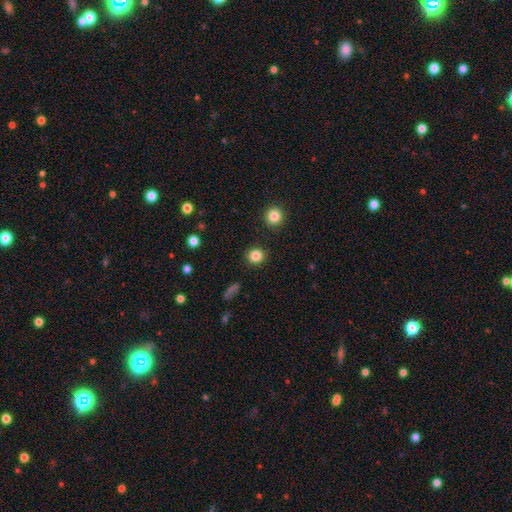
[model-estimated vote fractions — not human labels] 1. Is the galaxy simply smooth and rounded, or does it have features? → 84% smooth, 11% star or artifact, 5% featured or disk.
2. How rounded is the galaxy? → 89% round, 10% in between, 1% cigar-shaped.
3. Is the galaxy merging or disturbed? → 90% none, 6% minor disturbance, 2% major disturbance, 2% merger.